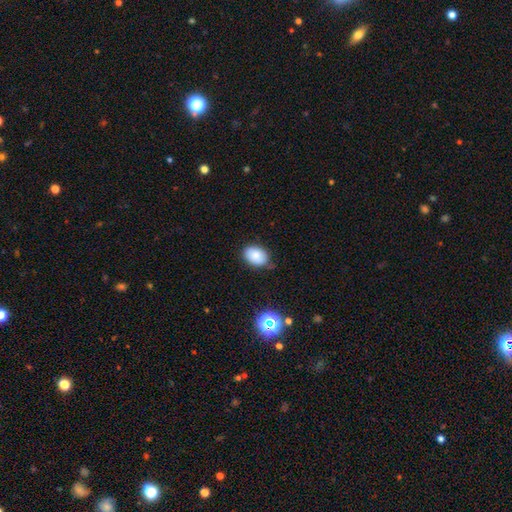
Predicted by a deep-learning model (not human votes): smooth 85%, star or artifact 9%, featured or disk 6%. Down the decision tree: how rounded — in between (81%); merging — none (76%).